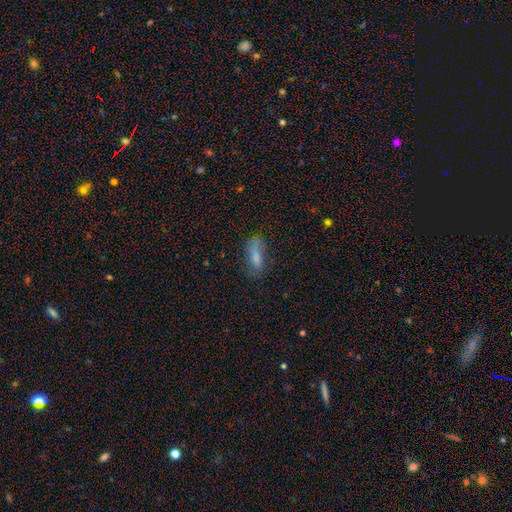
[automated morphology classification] Smooth or featured: smooth — 69% (featured or disk — 20%)
How rounded: in between — 63% (cigar-shaped — 34%)
Merging: none — 59% (minor disturbance — 26%)